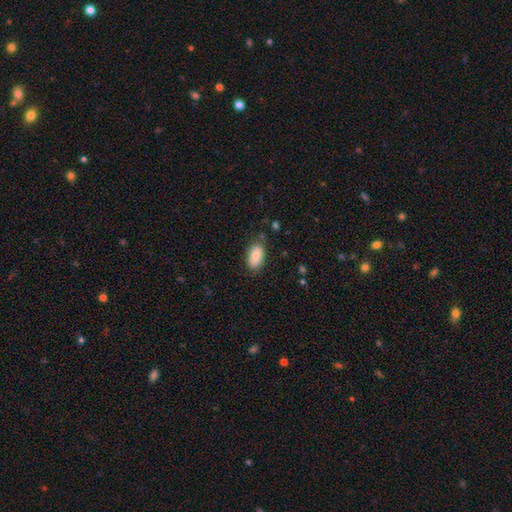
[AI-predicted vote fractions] smooth-or-featured: smooth: 80% | featured or disk: 13% | star or artifact: 7%
  how-rounded: in between: 93% | round: 4% | cigar-shaped: 3%
  merging: none: 79% | minor disturbance: 16% | major disturbance: 4% | merger: 2%